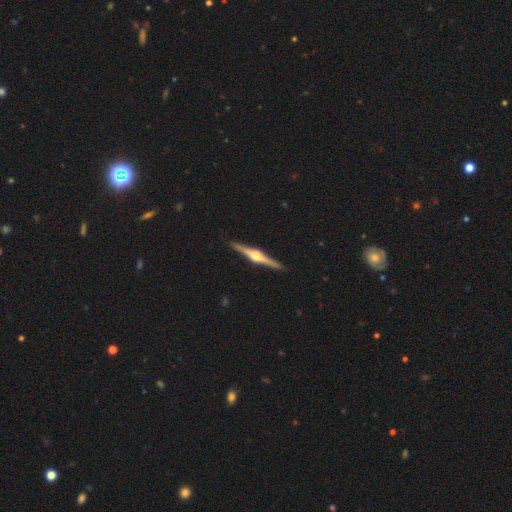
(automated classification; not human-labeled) Smooth or featured? featured or disk (85%)
Edge-on disk? yes (98%)
Edge-on bulge? rounded (93%)
Merging? none (92%)